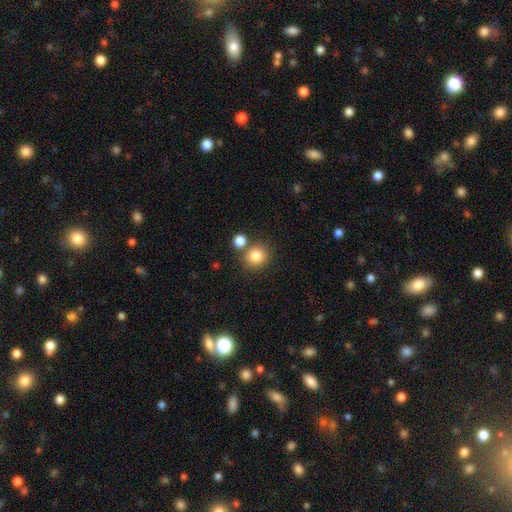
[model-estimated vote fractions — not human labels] This appears to be a smooth galaxy with no disk features (82%) that is round (87%). Merging: none (72%).